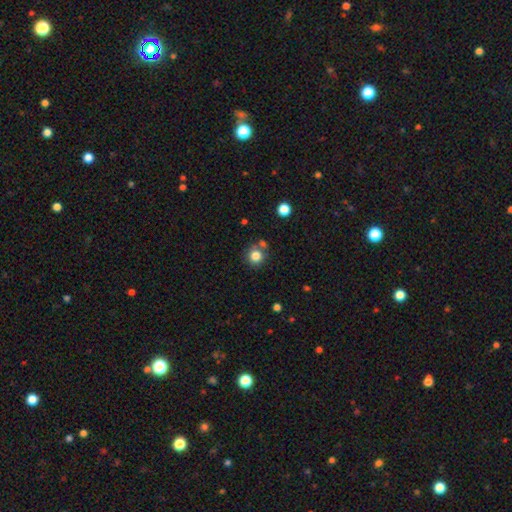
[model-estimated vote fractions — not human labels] smooth_or_featured: smooth (p=0.81) [alt: star or artifact p=0.12]
how_rounded: round (p=0.90) [alt: in between p=0.09]
merging: none (p=0.72) [alt: merger p=0.14]